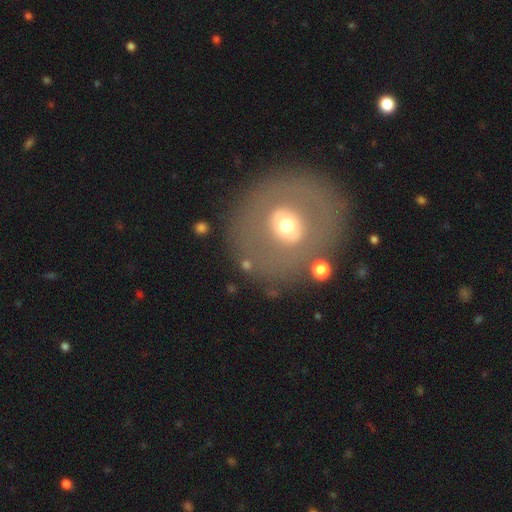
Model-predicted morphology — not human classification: A smooth galaxy with no disk features (44%, tied with featured or disk). Merging: none (83%).